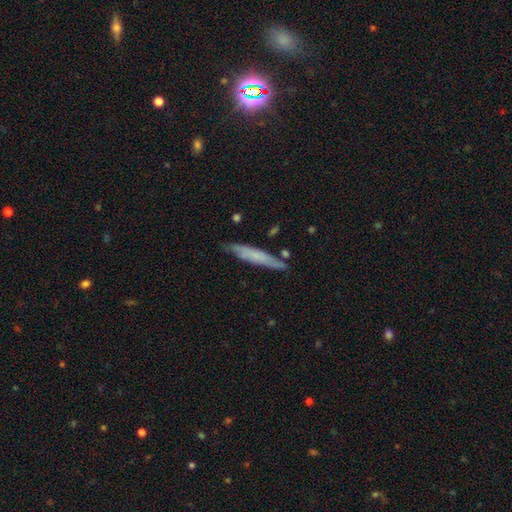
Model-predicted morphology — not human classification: smooth-or-featured: smooth: 56% | featured or disk: 37% | star or artifact: 7%
  how-rounded: cigar-shaped: 91% | in between: 7% | round: 1%
  merging: none: 78% | minor disturbance: 16% | merger: 3% | major disturbance: 3%